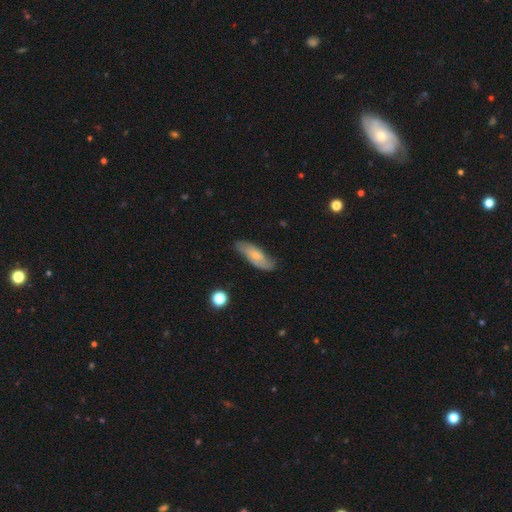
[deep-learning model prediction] Smooth or featured: smooth — 56% (featured or disk — 38%)
How rounded: in between — 63% (cigar-shaped — 35%)
Merging: none — 73% (minor disturbance — 21%)